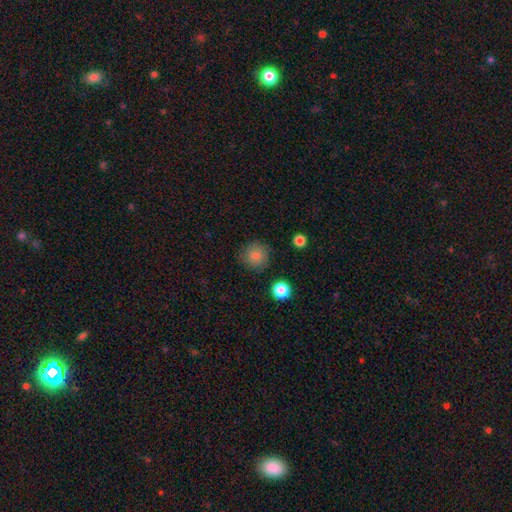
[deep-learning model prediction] smooth-or-featured: smooth: 83% | star or artifact: 11% | featured or disk: 6%
  how-rounded: round: 94% | in between: 5% | cigar-shaped: 1%
  merging: none: 85% | minor disturbance: 10% | major disturbance: 3% | merger: 2%